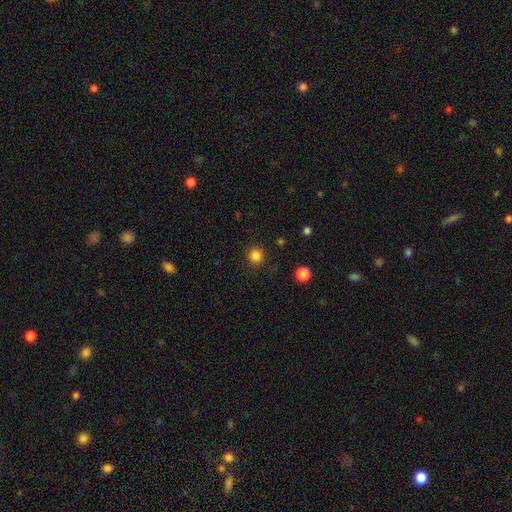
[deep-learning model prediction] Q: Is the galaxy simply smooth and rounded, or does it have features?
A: smooth — 84%.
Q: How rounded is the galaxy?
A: round — 94%.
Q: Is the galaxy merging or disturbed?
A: none — 90%.